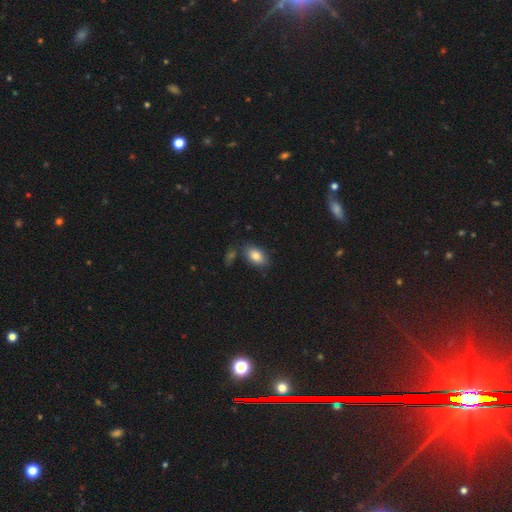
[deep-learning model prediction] This appears to be a smooth galaxy with no disk features (83%) that is in between round and cigar-shaped (91%). Merging: none (76%).